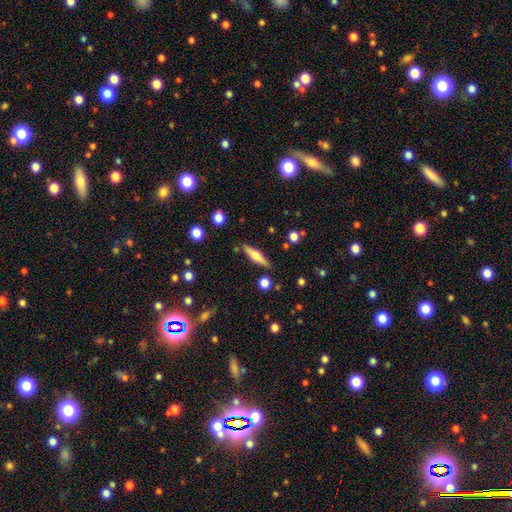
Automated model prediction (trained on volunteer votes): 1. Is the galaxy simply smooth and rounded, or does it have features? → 50% featured or disk, 44% smooth, 7% star or artifact.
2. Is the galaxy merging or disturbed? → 85% none, 10% minor disturbance, 3% merger, 2% major disturbance.